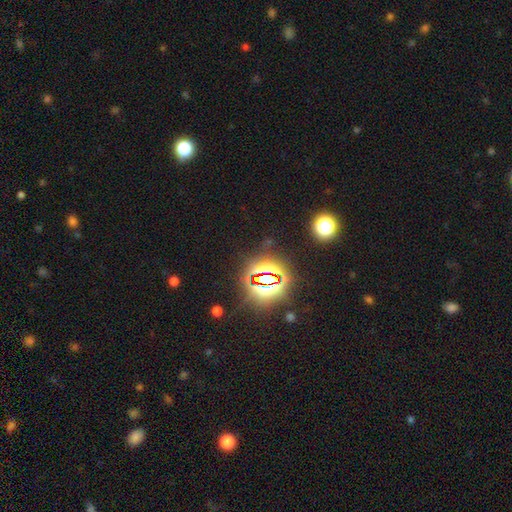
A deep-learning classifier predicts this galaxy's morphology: smooth_or_featured: star or artifact (p=0.84) [alt: smooth p=0.10]